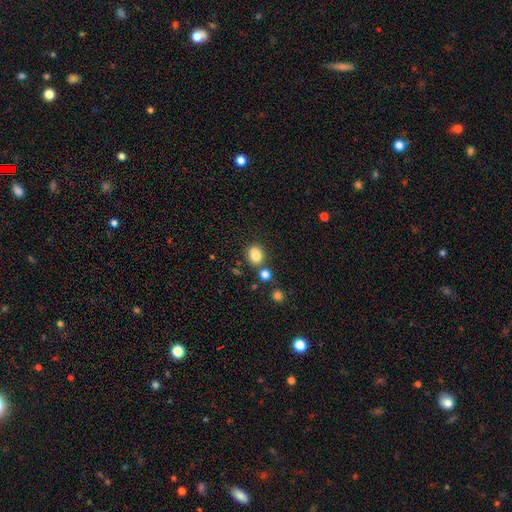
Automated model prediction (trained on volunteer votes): This appears to be a smooth galaxy with no disk features (83%) that is round (50%). Merging: none (72%).